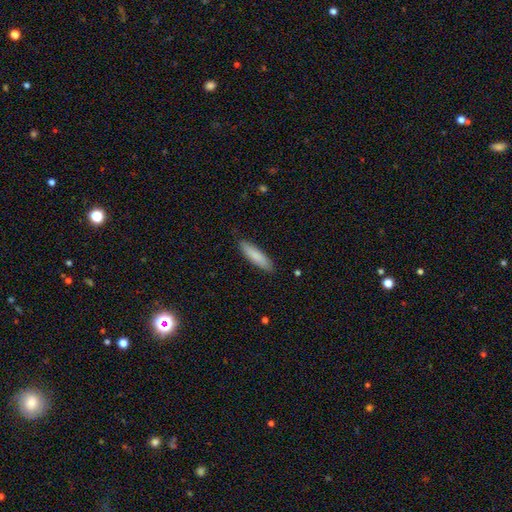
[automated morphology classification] A smooth galaxy with no disk features (84%) that is cigar-shaped (74%).

Vote fractions:
- Smooth or featured? smooth: 84% / featured or disk: 10% / star or artifact: 6%
- How rounded? cigar-shaped: 74% / in between: 24% / round: 1%
- Merging? none: 88% / minor disturbance: 9% / major disturbance: 2% / merger: 1%